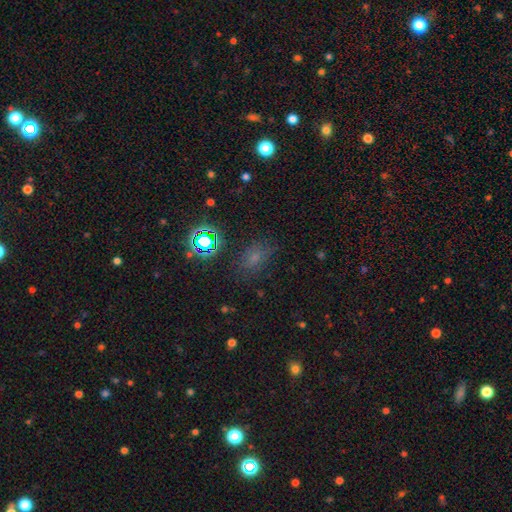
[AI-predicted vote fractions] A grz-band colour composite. It shows a smooth galaxy with no disk features (52%) that is in between round and cigar-shaped (64%). Merging: none (76%).